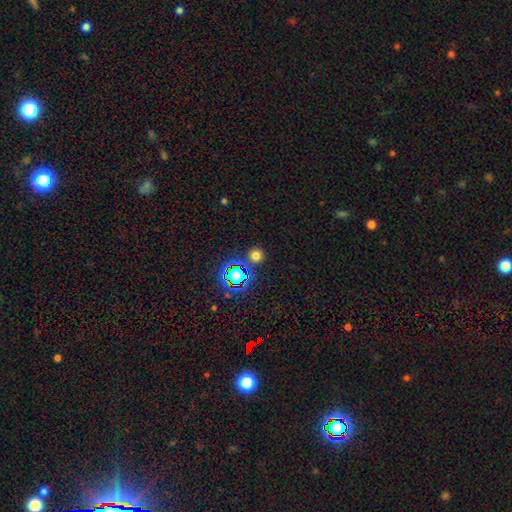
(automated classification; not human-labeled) smooth_or_featured: smooth (p=0.67) [alt: star or artifact p=0.27]
how_rounded: round (p=0.93) [alt: in between p=0.06]
merging: none (p=0.84) [alt: merger p=0.07]